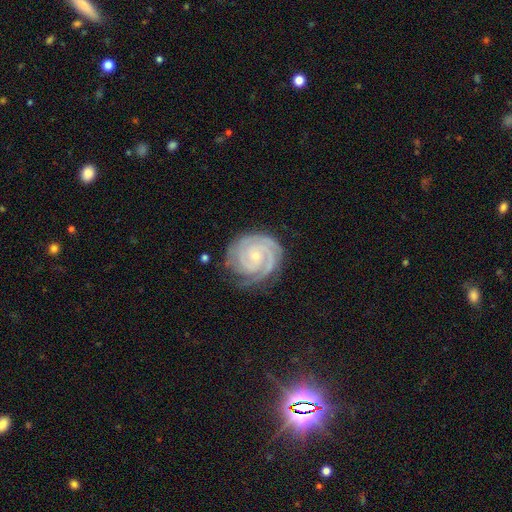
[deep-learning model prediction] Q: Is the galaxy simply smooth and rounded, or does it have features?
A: featured or disk — 90%.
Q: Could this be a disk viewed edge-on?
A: no — 98%.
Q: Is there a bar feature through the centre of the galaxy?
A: no — 71%.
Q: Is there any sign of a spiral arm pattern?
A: yes — 99%.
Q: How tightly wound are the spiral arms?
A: tight — 84%.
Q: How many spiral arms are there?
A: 2 — 37%.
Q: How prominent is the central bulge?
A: small — 78%.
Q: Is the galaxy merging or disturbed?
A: none — 77%.